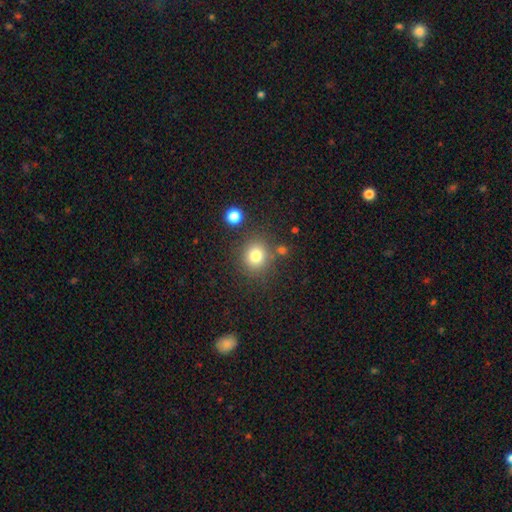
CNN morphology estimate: Q: Smooth or featured?
A: smooth (80%); runner-up: star or artifact (13%)
Q: How rounded?
A: round (85%); runner-up: in between (14%)
Q: Merging?
A: none (79%); runner-up: minor disturbance (9%)